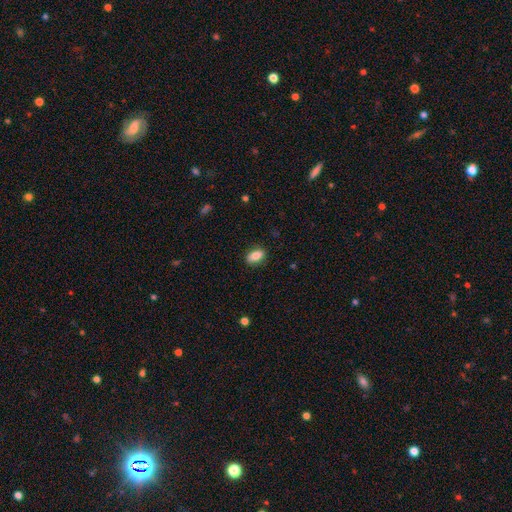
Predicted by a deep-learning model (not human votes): Smooth or featured? smooth (81%)
How rounded? in between (87%)
Merging? none (85%)